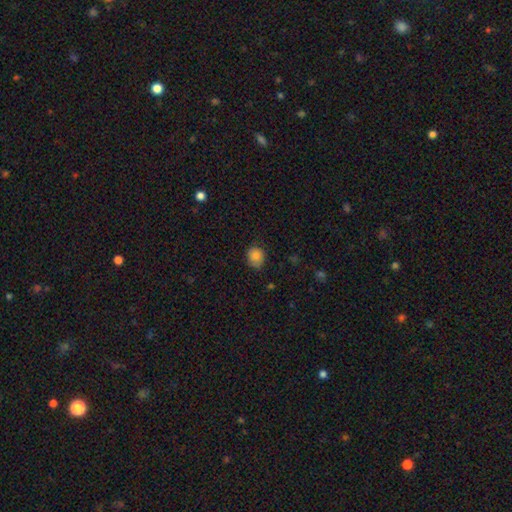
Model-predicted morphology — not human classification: Smooth or featured? Predicted: smooth (p=0.82). How rounded? Predicted: round (p=0.67). Merging? Predicted: none (p=0.74).